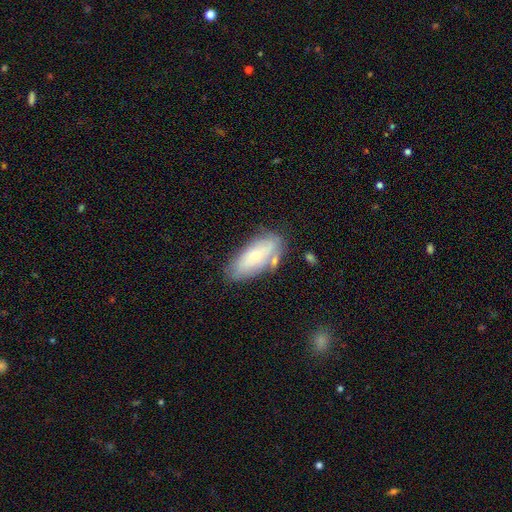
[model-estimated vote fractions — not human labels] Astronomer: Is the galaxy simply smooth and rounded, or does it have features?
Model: smooth — 57% (runner-up: featured or disk, 35%).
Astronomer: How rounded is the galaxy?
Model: in between — 81%.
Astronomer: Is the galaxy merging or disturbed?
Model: none — 67%.